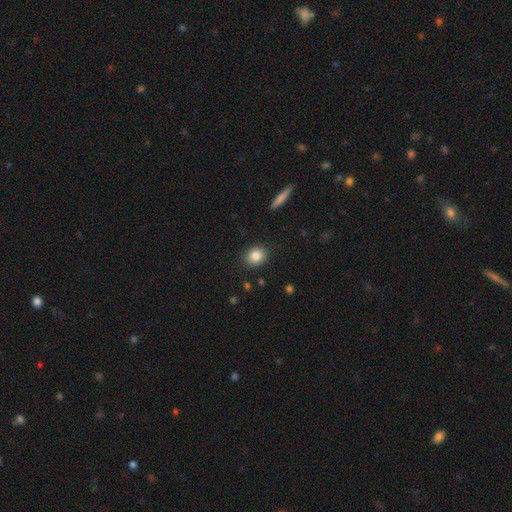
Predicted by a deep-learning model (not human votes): A smooth galaxy with no disk features (85%) that is round (72%). Merging: none (88%).